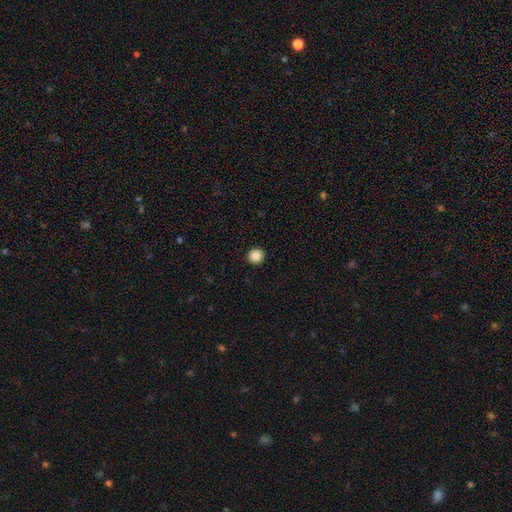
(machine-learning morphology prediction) type=smooth (87%); roundness=round (90%); merging=none (93%).